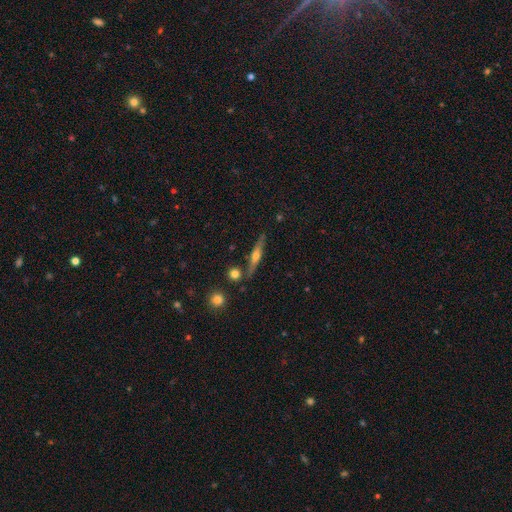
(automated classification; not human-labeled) Smooth or featured?
  - featured or disk: 66% *
  - smooth: 27%
  - star or artifact: 7%
Edge-on disk?
  - yes: 95% *
  - no: 5%
Edge-on bulge?
  - rounded: 88% *
  - none: 7%
  - boxy: 5%
Merging?
  - none: 81% *
  - minor disturbance: 11%
  - merger: 6%
  - major disturbance: 2%